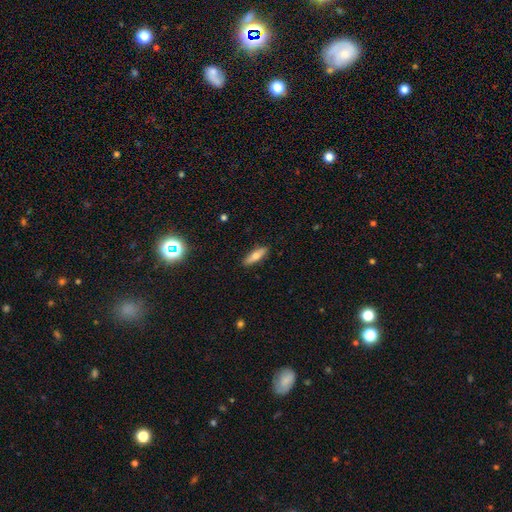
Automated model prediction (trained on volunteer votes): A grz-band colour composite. It shows a smooth galaxy with no disk features (64%) that is cigar-shaped (57%). Merging: none (89%).